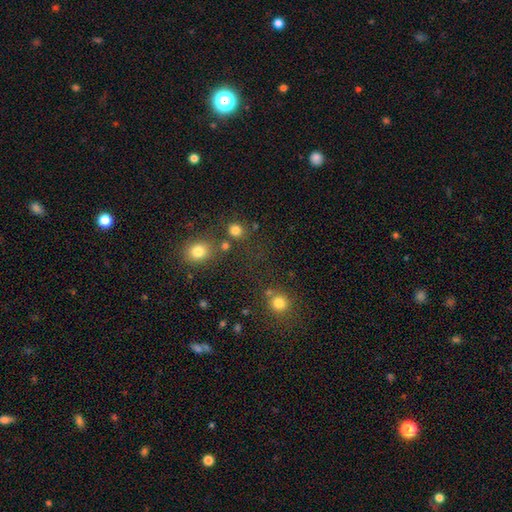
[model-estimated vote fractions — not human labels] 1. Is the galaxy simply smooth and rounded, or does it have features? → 53% smooth, 39% star or artifact, 8% featured or disk.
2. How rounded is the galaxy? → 85% round, 13% in between, 2% cigar-shaped.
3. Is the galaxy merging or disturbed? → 67% none, 17% merger, 10% minor disturbance, 6% major disturbance.